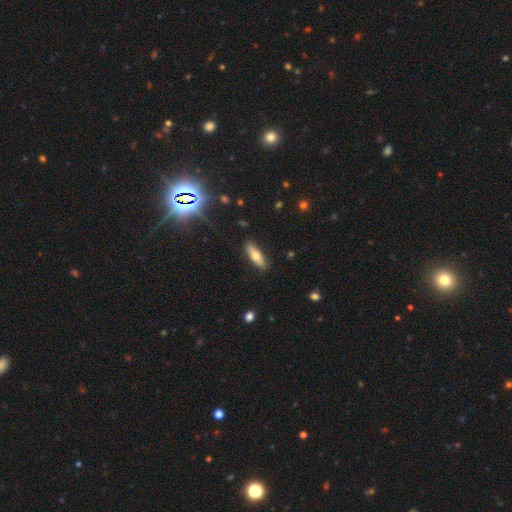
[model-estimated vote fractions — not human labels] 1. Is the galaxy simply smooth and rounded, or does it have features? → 66% smooth, 26% featured or disk, 8% star or artifact.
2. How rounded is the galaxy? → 49% cigar-shaped, 48% in between, 2% round.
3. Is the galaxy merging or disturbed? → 88% none, 9% minor disturbance, 2% major disturbance, 1% merger.